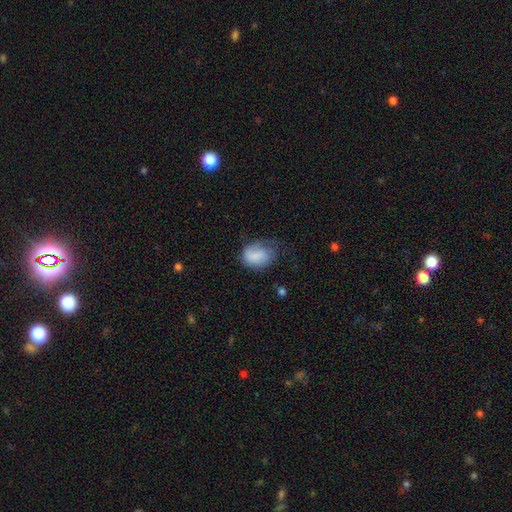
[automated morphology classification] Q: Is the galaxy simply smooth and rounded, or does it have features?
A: smooth — 71%.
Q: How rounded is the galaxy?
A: in between — 66%.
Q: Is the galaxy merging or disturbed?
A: none — 40%.